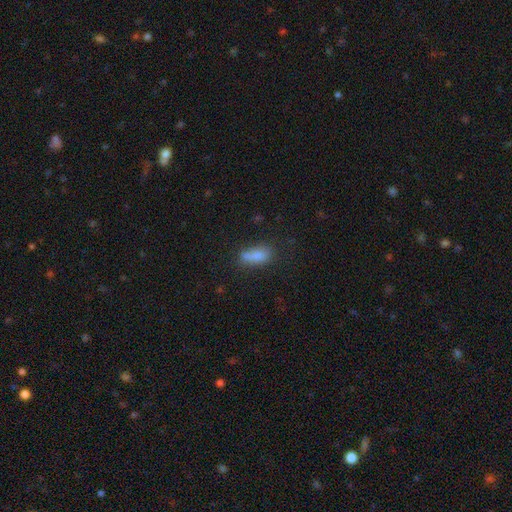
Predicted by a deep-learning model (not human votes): A smooth galaxy with no disk features (77%) that is in between round and cigar-shaped (78%).

Vote fractions:
- Smooth or featured? smooth: 77% / featured or disk: 12% / star or artifact: 11%
- How rounded? in between: 78% / cigar-shaped: 16% / round: 6%
- Merging? none: 46% / minor disturbance: 25% / merger: 18% / major disturbance: 11%